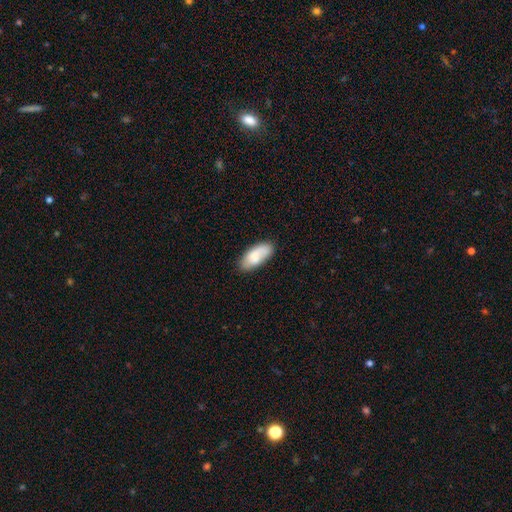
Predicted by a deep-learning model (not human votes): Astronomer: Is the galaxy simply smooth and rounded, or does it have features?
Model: smooth — 78%.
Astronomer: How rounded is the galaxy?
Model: in between — 88%.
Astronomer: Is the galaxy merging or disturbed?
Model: none — 73%.